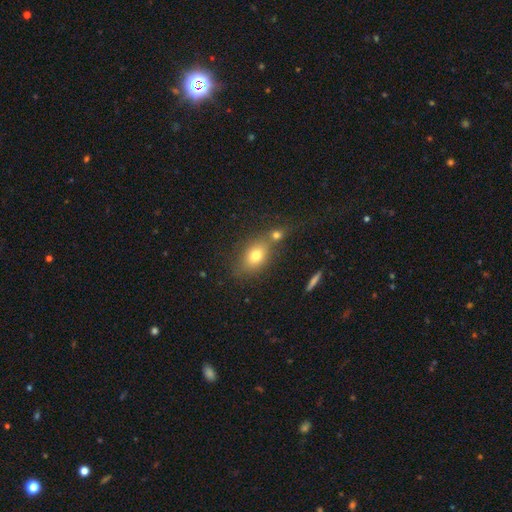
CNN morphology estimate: A smooth galaxy with no disk features (74%) that is in between round and cigar-shaped (70%). Merging: none (54%).